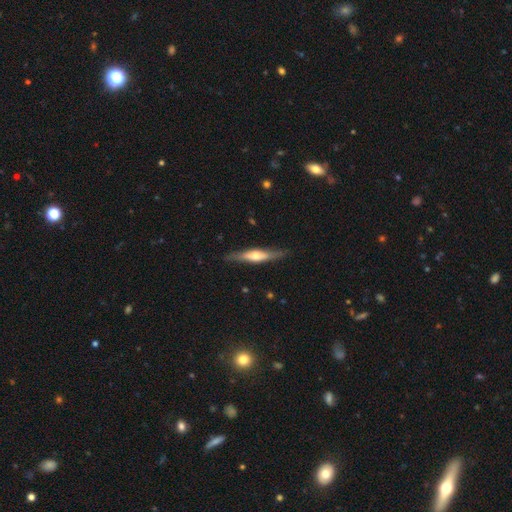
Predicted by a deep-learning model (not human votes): This appears to be a featured or disk galaxy (60%) viewed edge-on (91%) with a rounded central bulge (85%). Merging: none (84%).